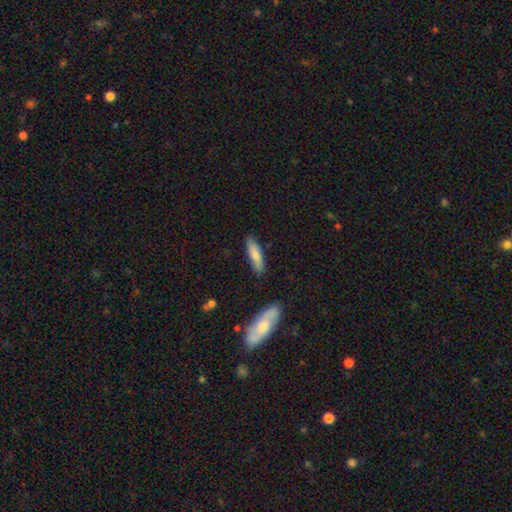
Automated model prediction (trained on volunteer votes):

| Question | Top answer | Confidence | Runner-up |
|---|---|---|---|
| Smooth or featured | smooth | 78% | featured or disk (16%) |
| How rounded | cigar-shaped | 69% | in between (30%) |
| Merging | none | 84% | minor disturbance (12%) |